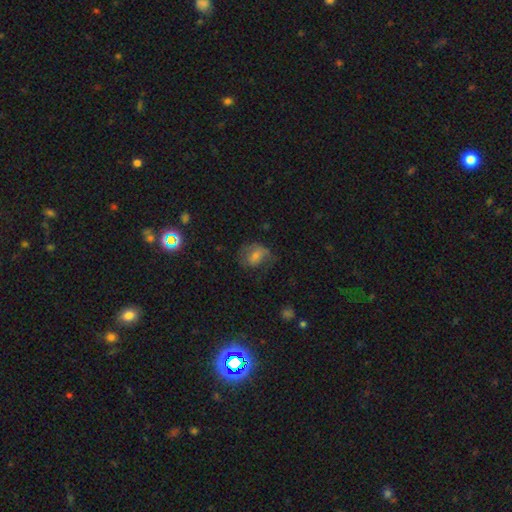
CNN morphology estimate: Smooth or featured: smooth — 60% (featured or disk — 29%)
How rounded: in between — 56% (round — 43%)
Merging: none — 47% (minor disturbance — 26%)